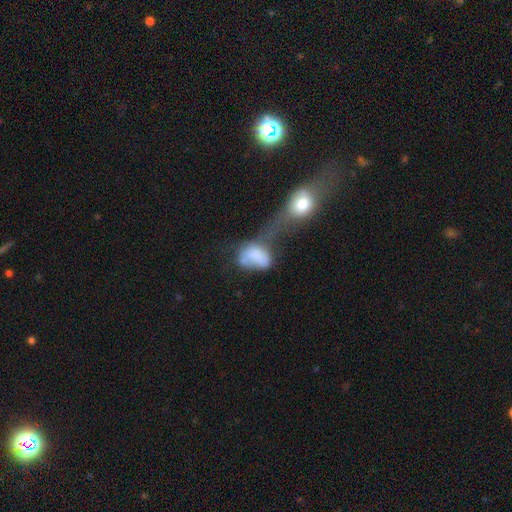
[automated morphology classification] A smooth galaxy with no disk features (67%) that is in between round and cigar-shaped (83%).

Vote fractions:
- Smooth or featured? smooth: 67% / featured or disk: 24% / star or artifact: 9%
- How rounded? in between: 83% / round: 15% / cigar-shaped: 2%
- Merging? merger: 51% / major disturbance: 31% / minor disturbance: 9% / none: 9%